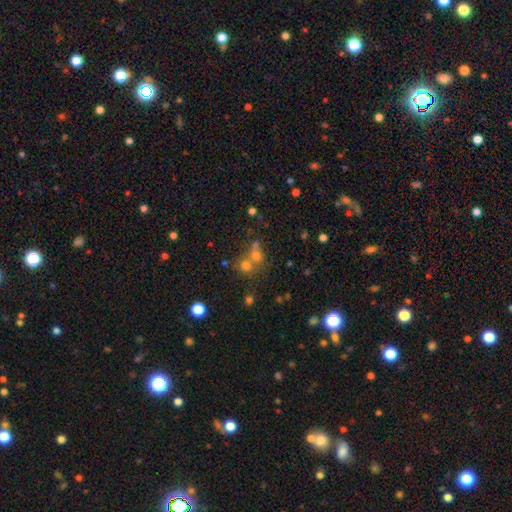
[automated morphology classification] type=smooth (60%); roundness=round (83%); merging=merger (47%).